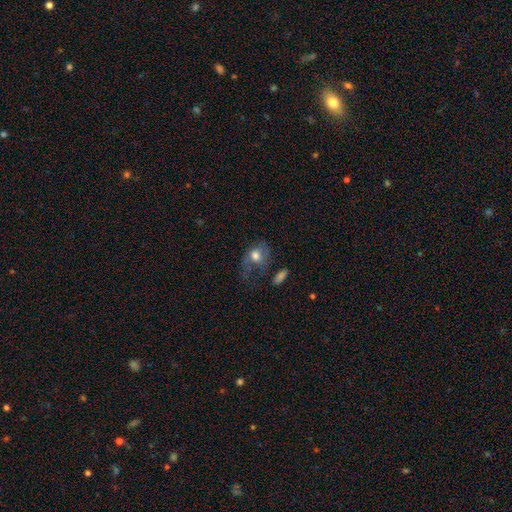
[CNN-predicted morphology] Overall: smooth (62%; featured or disk 30%). How rounded: in between (57%; round 41%). Merging: major disturbance (44%; none 27%).